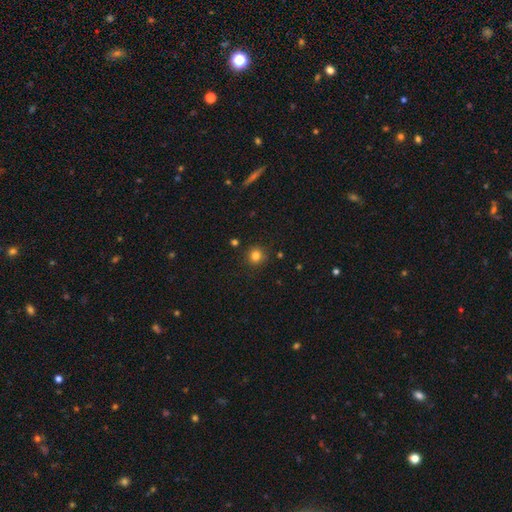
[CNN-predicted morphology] smooth_or_featured: smooth (p=0.81) [alt: star or artifact p=0.13]
how_rounded: round (p=0.93) [alt: in between p=0.06]
merging: none (p=0.88) [alt: minor disturbance p=0.07]